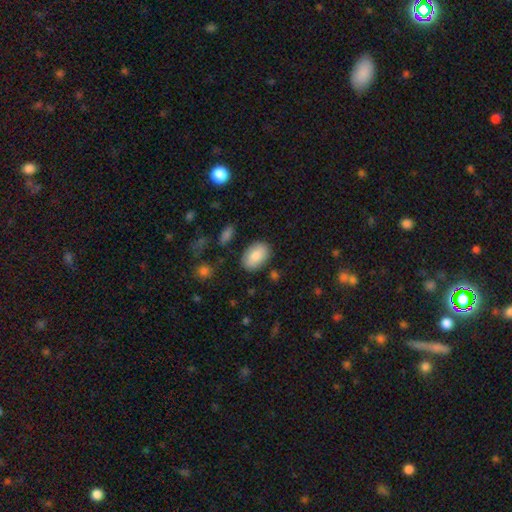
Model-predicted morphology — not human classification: This is clearly a smooth galaxy (82%). How rounded: clearly in between (89%). Merging: clearly none (84%).